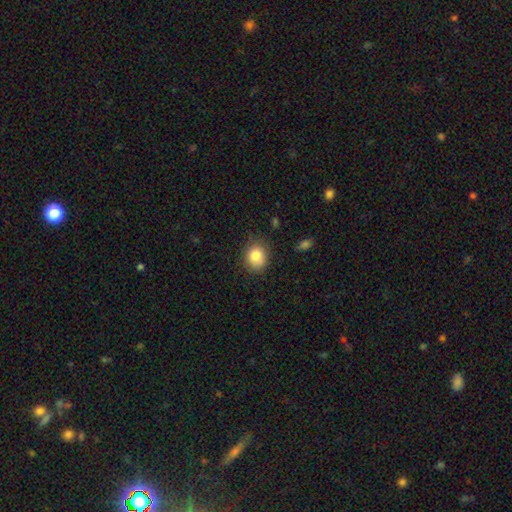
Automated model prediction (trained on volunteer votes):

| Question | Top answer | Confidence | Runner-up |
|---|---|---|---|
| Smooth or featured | smooth | 83% | star or artifact (10%) |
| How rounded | round | 64% | in between (35%) |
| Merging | none | 79% | minor disturbance (16%) |